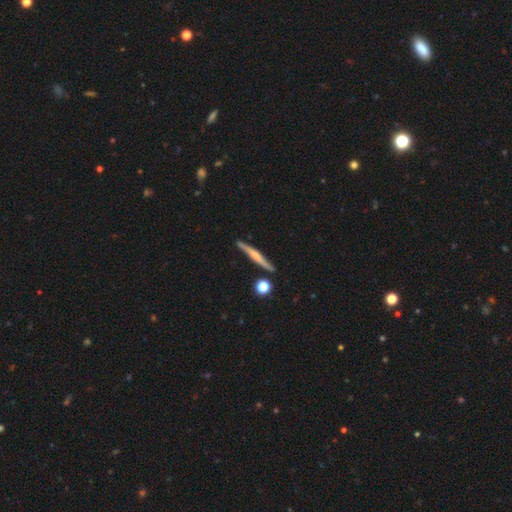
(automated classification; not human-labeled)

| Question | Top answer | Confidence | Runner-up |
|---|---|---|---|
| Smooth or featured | featured or disk | 56% | smooth (37%) |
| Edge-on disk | yes | 94% | no (6%) |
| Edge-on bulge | rounded | 48% | none (35%) |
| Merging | none | 84% | minor disturbance (11%) |